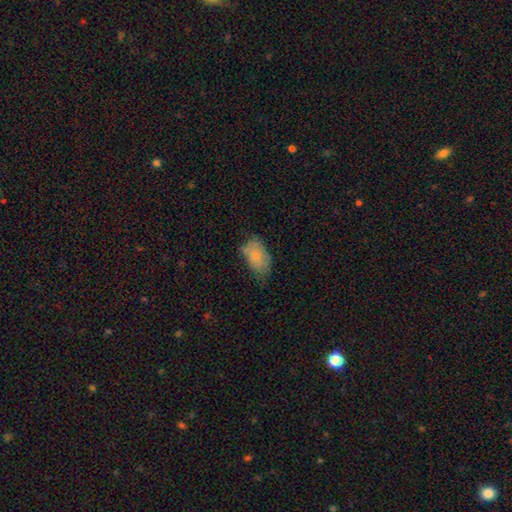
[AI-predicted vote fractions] This appears to be a smooth galaxy with no disk features (76%) that is in between round and cigar-shaped (90%). Merging: none (48%).